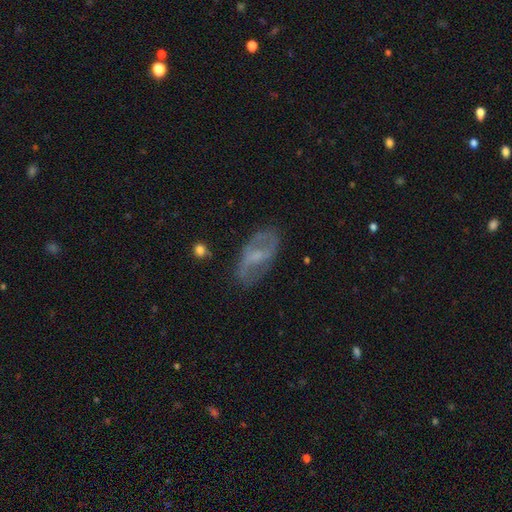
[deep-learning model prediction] A featured or disk galaxy (62%) with a weak bar (47%), spiral arms (63%) and a small central bulge (45%).

Vote fractions:
- Smooth or featured? featured or disk: 62% / smooth: 29% / star or artifact: 8%
- Edge-on disk? no: 92% / yes: 8%
- Bar? weak: 47% / no: 29% / strong: 24%
- Spiral arms? yes: 63% / no: 37%
- Bulge size? small: 45% / moderate: 28% / none: 24% / large: 3% / dominant: 1%
- Merging? none: 68% / minor disturbance: 20% / major disturbance: 11% / merger: 2%